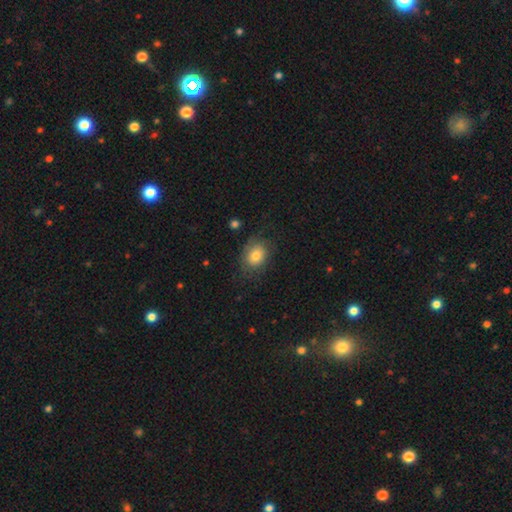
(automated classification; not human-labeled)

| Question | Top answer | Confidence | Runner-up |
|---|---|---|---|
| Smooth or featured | smooth | 73% | featured or disk (18%) |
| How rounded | in between | 56% | round (43%) |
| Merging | none | 66% | minor disturbance (22%) |